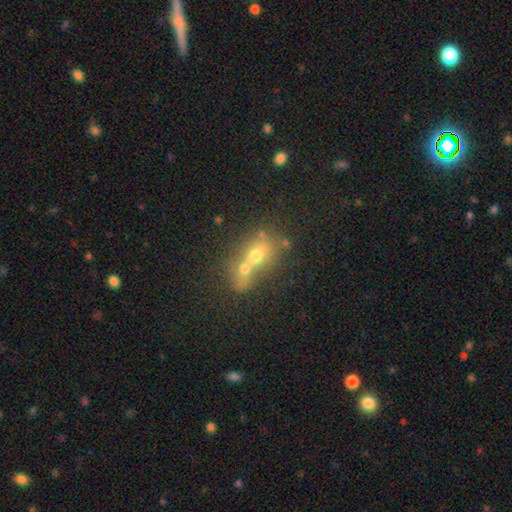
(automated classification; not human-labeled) Q: Smooth or featured?
A: smooth (52%); runner-up: featured or disk (27%)
Q: How rounded?
A: round (48%); runner-up: in between (47%)
Q: Merging?
A: merger (62%); runner-up: none (26%)